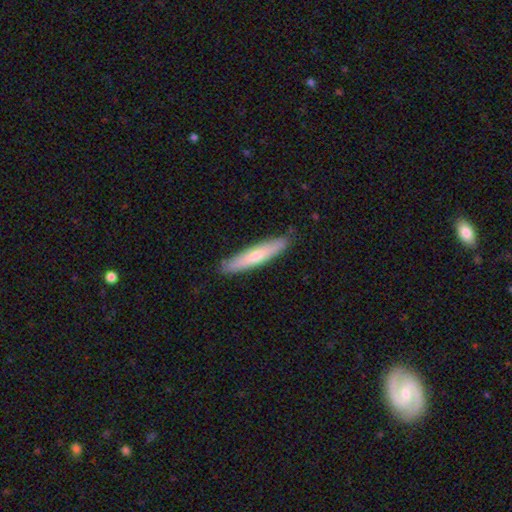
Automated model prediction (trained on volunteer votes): Smooth or featured? Predicted: smooth (p=0.63). How rounded? Predicted: cigar-shaped (p=0.89). Merging? Predicted: none (p=0.88).